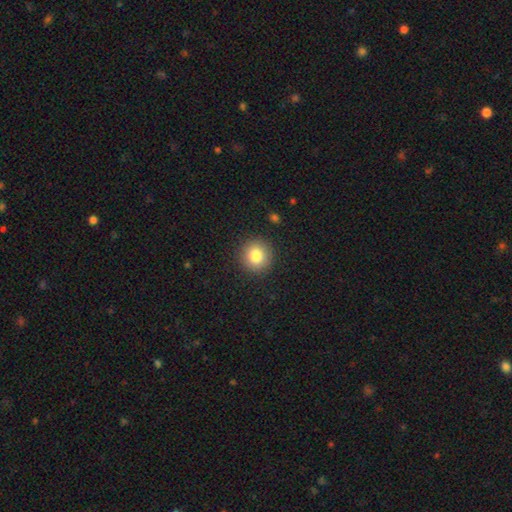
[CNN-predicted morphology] A smooth galaxy with no disk features (83%) that is round (92%). Merging: none (91%).